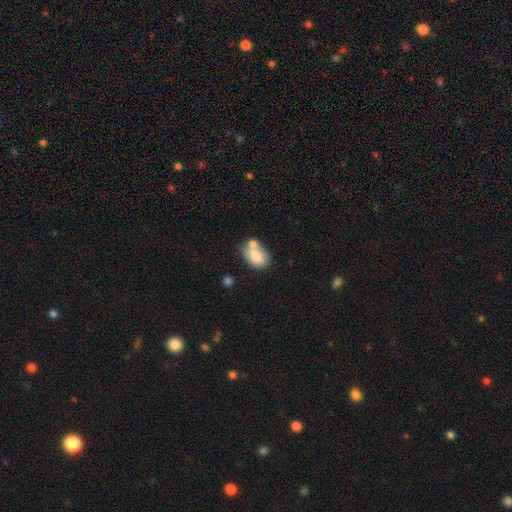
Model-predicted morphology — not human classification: Q: Smooth or featured?
A: smooth (77%); runner-up: featured or disk (15%)
Q: How rounded?
A: in between (87%); runner-up: round (11%)
Q: Merging?
A: none (43%); runner-up: merger (34%)